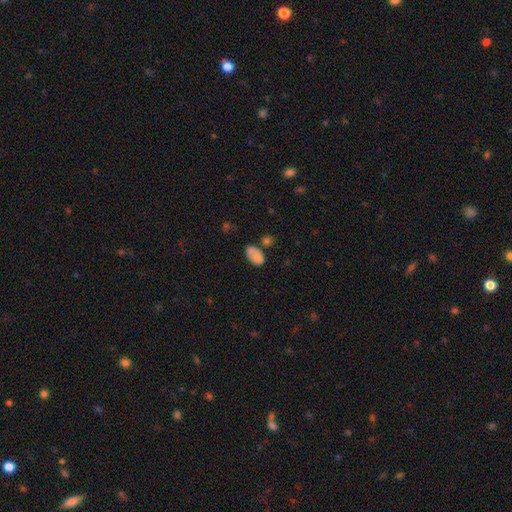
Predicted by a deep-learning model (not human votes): This is likely a smooth galaxy (75%). How rounded: clearly in between (91%). Merging: possibly none (53%).